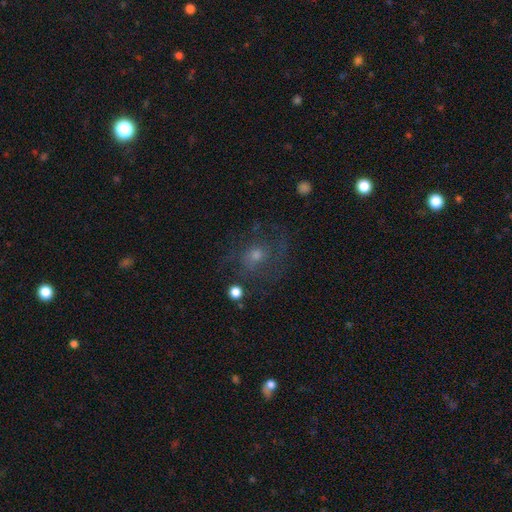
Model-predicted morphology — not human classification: Smooth or featured?
  - featured or disk: 56% *
  - smooth: 28%
  - star or artifact: 16%
Edge-on disk?
  - no: 96% *
  - yes: 4%
Bar?
  - no: 76% *
  - weak: 20%
  - strong: 3%
Spiral arms?
  - yes: 76% *
  - no: 24%
Bulge size?
  - moderate: 48% *
  - small: 42%
  - large: 5%
  - none: 4%
  - dominant: 1%
Merging?
  - none: 62% *
  - minor disturbance: 18%
  - major disturbance: 17%
  - merger: 3%